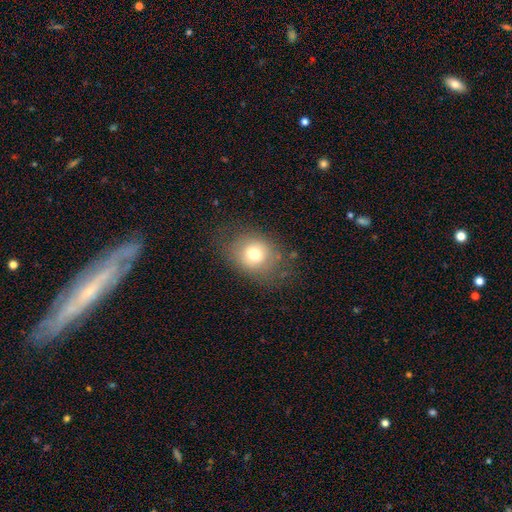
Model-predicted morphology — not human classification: Overall: smooth (71%). How rounded: round (51%; in between 48%). Merging: none (73%).